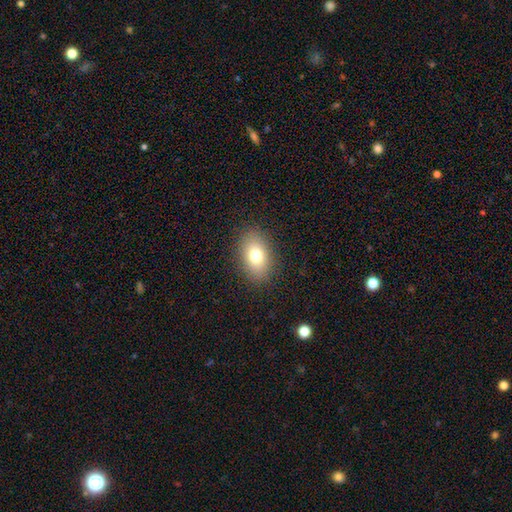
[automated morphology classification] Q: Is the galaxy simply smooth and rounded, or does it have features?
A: smooth — 77%.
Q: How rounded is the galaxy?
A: in between — 84%.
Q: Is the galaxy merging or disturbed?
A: none — 88%.